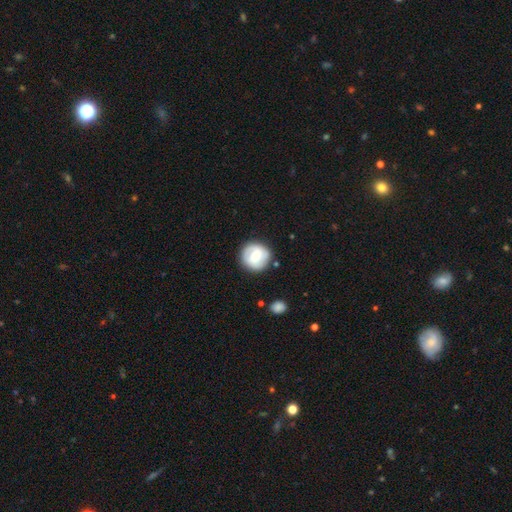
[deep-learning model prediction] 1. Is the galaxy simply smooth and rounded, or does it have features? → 55% smooth, 38% featured or disk, 7% star or artifact.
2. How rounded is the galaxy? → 94% round, 5% in between, 1% cigar-shaped.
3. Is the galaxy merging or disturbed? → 84% none, 11% minor disturbance, 3% major disturbance, 2% merger.